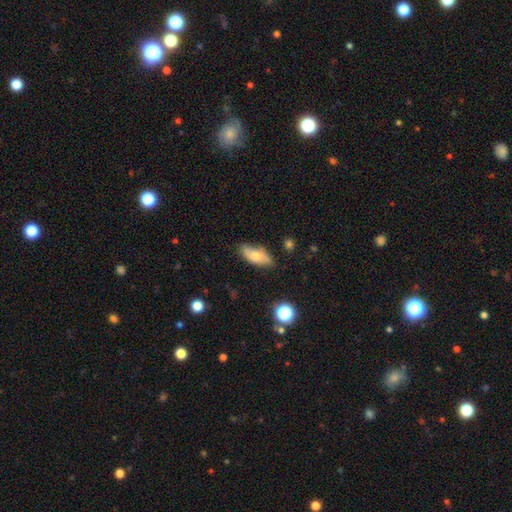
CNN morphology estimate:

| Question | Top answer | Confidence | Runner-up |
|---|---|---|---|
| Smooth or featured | smooth | 72% | featured or disk (21%) |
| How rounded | in between | 84% | cigar-shaped (12%) |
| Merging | none | 71% | minor disturbance (22%) |